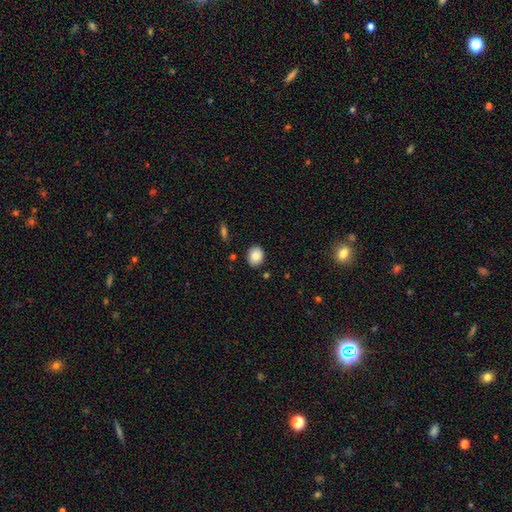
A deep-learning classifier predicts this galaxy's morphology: smooth 86%, star or artifact 8%, featured or disk 6%. Down the decision tree: how rounded — round (54%); merging — none (87%).